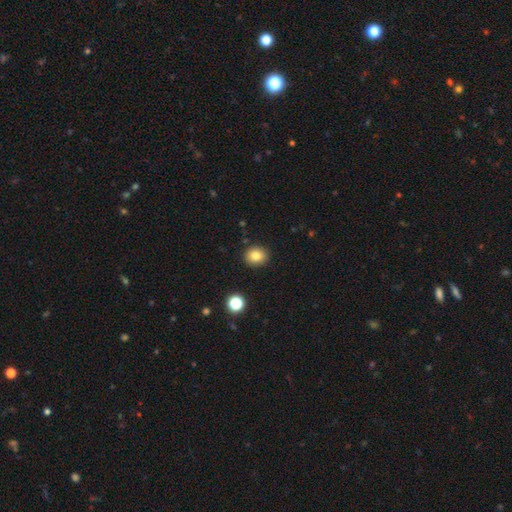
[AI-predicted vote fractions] Morphology: type=smooth (82%); roundness=round (72%); merging=none (89%).